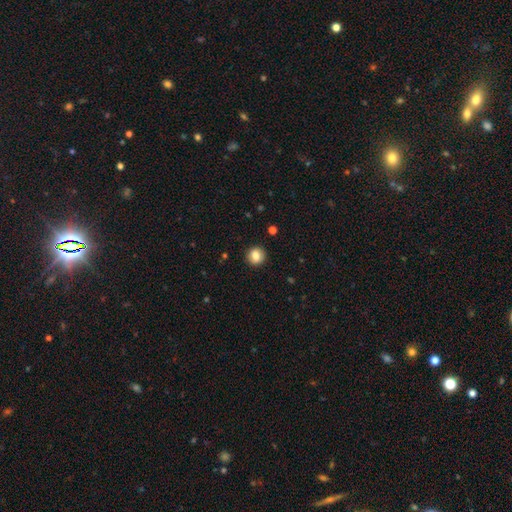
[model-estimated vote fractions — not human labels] Morphology: type=smooth (81%); roundness=round (86%); merging=none (90%).